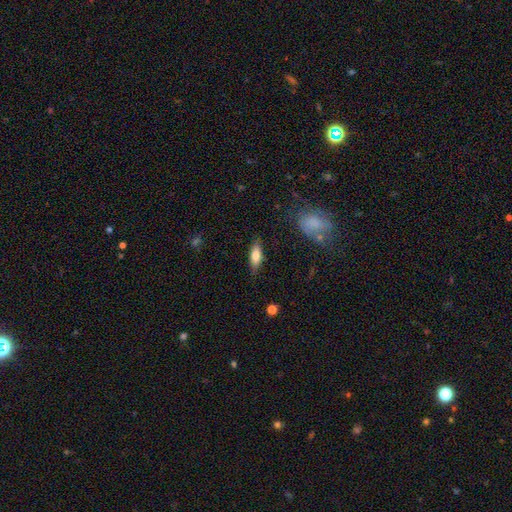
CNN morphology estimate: A smooth galaxy with no disk features (71%) that is in between round and cigar-shaped (61%).

Vote fractions:
- Smooth or featured? smooth: 71% / featured or disk: 23% / star or artifact: 6%
- How rounded? in between: 61% / cigar-shaped: 37% / round: 2%
- Merging? none: 81% / minor disturbance: 14% / major disturbance: 3% / merger: 2%